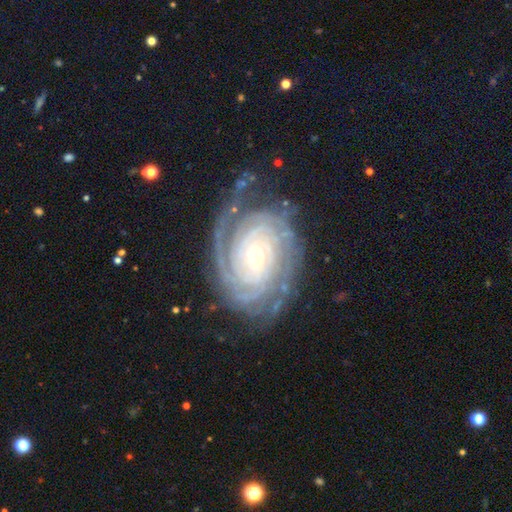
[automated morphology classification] type=featured or disk (91%); edge-on=no (97%); bar=no (73%); spiral arms=yes (98%); winding=tight (85%); arm count=4 (22%); bulge=small (74%); merging=none (73%).